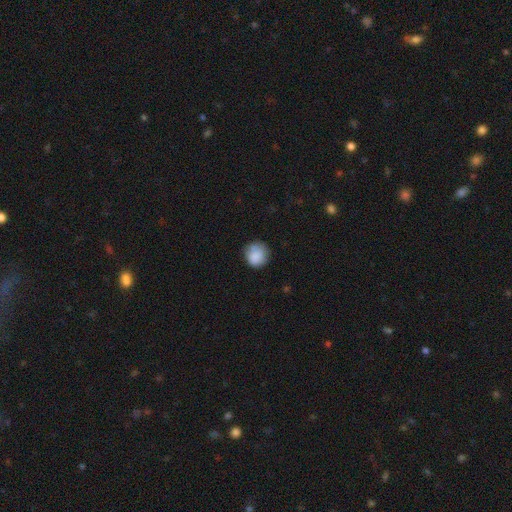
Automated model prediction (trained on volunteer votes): smooth 85%, star or artifact 8%, featured or disk 7%. Down the decision tree: how rounded — round (89%); merging — none (75%).